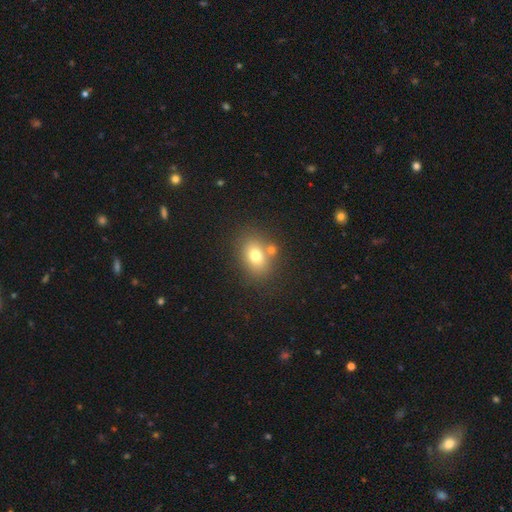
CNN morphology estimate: Overall: smooth (73%). How rounded: in between (64%; round 35%). Merging: none (68%).